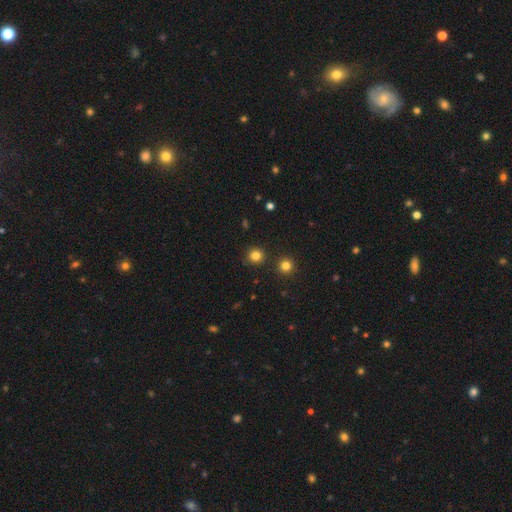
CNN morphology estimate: Smooth or featured? Predicted: smooth (p=0.81). How rounded? Predicted: round (p=0.93). Merging? Predicted: none (p=0.90).